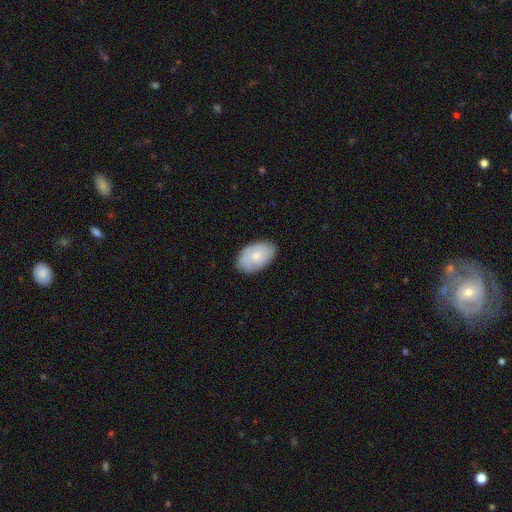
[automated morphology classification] A smooth galaxy with no disk features (68%) that is in between round and cigar-shaped (91%).

Vote fractions:
- Smooth or featured? smooth: 68% / featured or disk: 25% / star or artifact: 6%
- How rounded? in between: 91% / round: 8% / cigar-shaped: 1%
- Merging? none: 81% / minor disturbance: 15% / major disturbance: 3% / merger: 1%